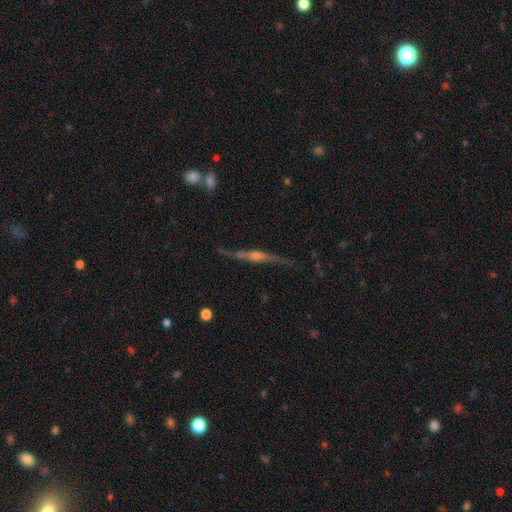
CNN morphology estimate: featured or disk 80%, smooth 13%, star or artifact 8%. Down the decision tree: edge-on disk — yes (93%); edge-on bulge — rounded (74%); merging — none (75%).